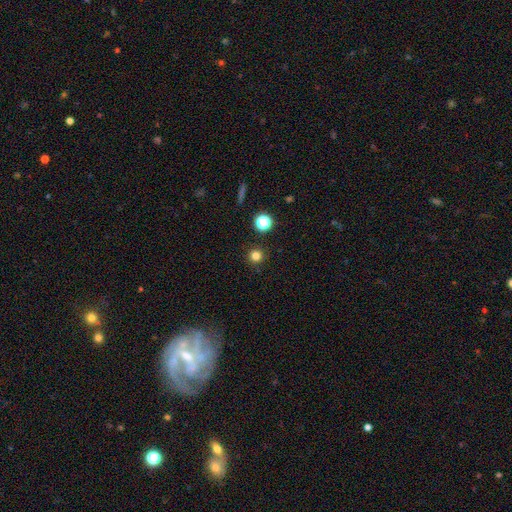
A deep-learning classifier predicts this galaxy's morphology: smooth_or_featured: smooth (p=0.80) [alt: star or artifact p=0.15]
how_rounded: round (p=0.95) [alt: in between p=0.04]
merging: none (p=0.91) [alt: minor disturbance p=0.05]